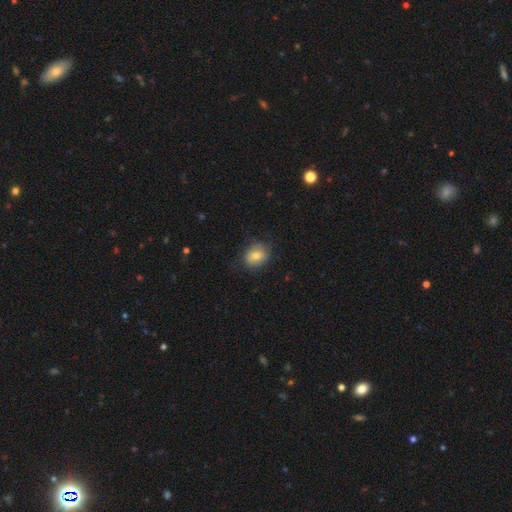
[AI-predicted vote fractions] smooth-or-featured: smooth: 71% | featured or disk: 20% | star or artifact: 9%
  how-rounded: round: 60% | in between: 39% | cigar-shaped: 1%
  merging: none: 76% | minor disturbance: 17% | major disturbance: 5% | merger: 1%